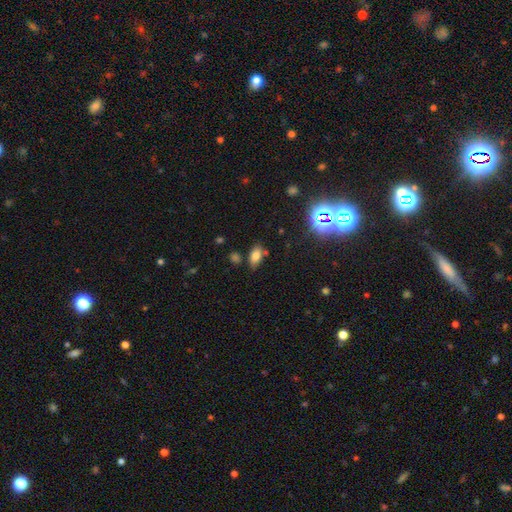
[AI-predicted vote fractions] Smooth or featured? Predicted: smooth (p=0.75). How rounded? Predicted: in between (p=0.90). Merging? Predicted: none (p=0.74).